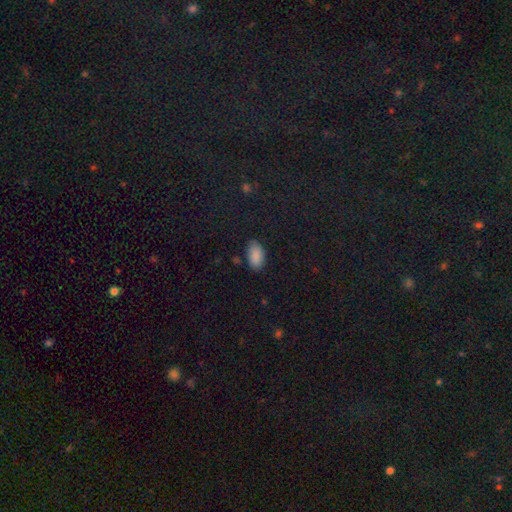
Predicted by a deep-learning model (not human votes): Overall: smooth (88%). How rounded: in between (95%). Merging: none (82%).